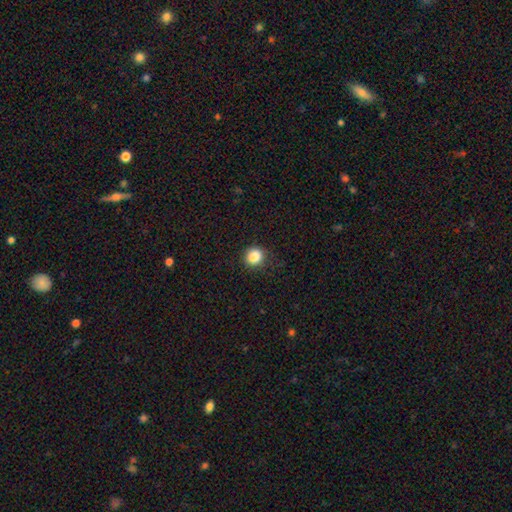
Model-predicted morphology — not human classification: The model was most divided on "how rounded": round: 85%, in between: 14%, cigar-shaped: 1%. More confident: smooth or featured — smooth (86%); merging — none (86%).